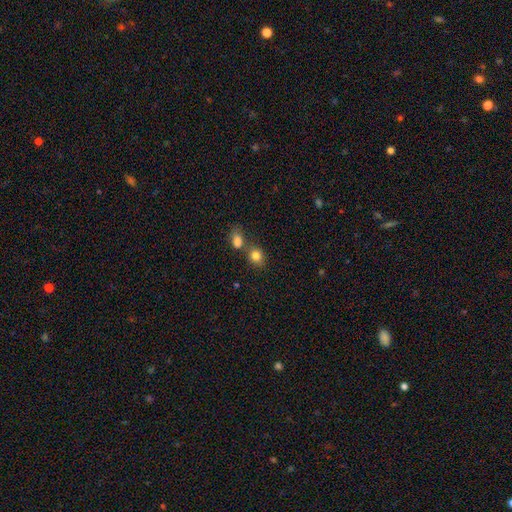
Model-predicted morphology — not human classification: This appears to be a smooth galaxy with no disk features (82%) that is round (63%). Merging: none (51%).